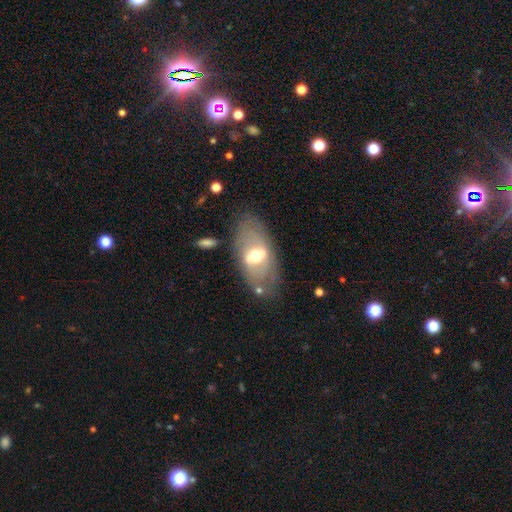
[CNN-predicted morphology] smooth-or-featured: featured or disk: 56% | smooth: 36% | star or artifact: 7%
  disk-edge-on: no: 80% | yes: 20%
  merging: none: 72% | minor disturbance: 15% | major disturbance: 8% | merger: 5%